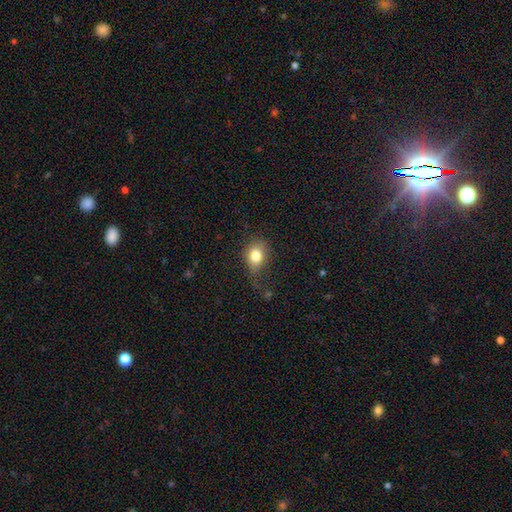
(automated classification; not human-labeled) The model was most divided on "how rounded": in between: 50%, round: 49%, cigar-shaped: 1%. Remaining: smooth or featured — smooth (80%); merging — none (50%).